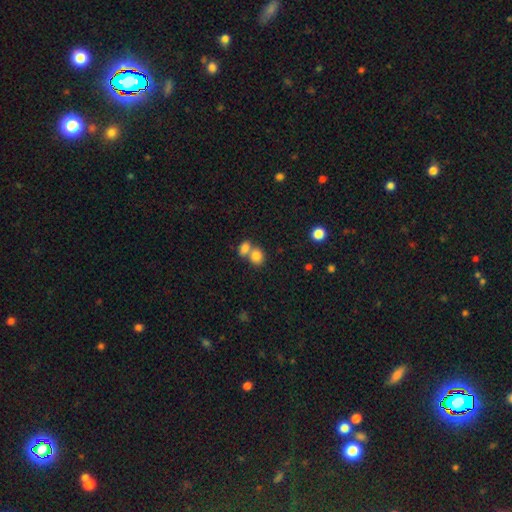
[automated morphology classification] smooth-or-featured: smooth: 82% | star or artifact: 9% | featured or disk: 8%
  how-rounded: round: 56% | in between: 43% | cigar-shaped: 1%
  merging: merger: 57% | none: 33% | minor disturbance: 7% | major disturbance: 3%